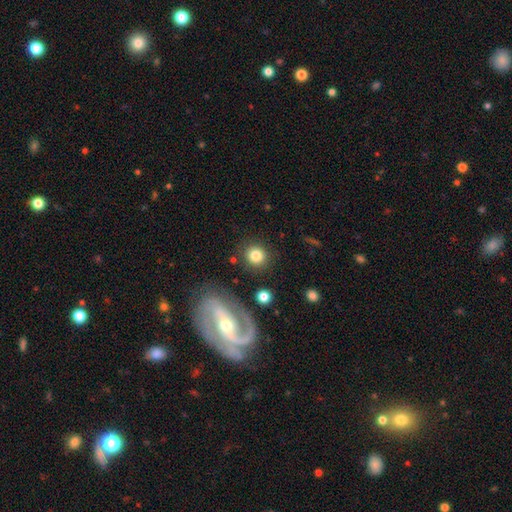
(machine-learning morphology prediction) The model was most divided on "smooth or featured": smooth: 83%, star or artifact: 9%, featured or disk: 8%. More confident: how rounded — round (88%); merging — none (84%).